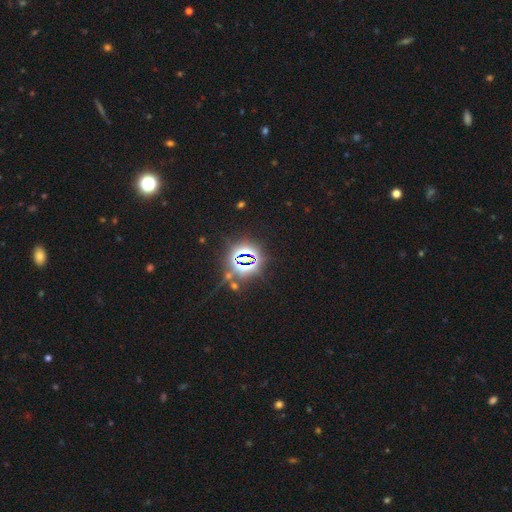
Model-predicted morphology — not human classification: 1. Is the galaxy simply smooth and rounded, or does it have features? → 80% star or artifact, 12% smooth, 8% featured or disk.